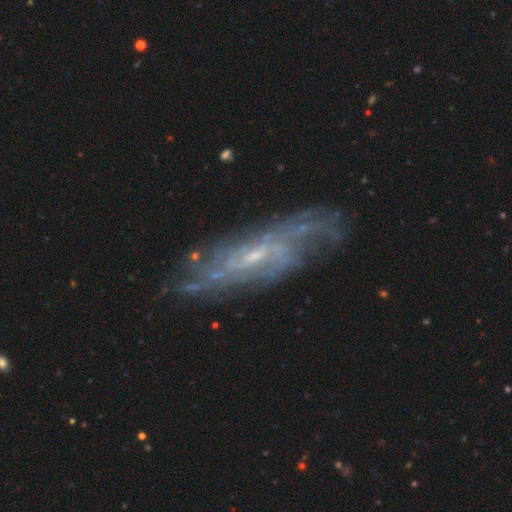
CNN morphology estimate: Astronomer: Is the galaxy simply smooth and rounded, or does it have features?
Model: featured or disk — 83%.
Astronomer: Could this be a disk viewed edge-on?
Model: no — 82%.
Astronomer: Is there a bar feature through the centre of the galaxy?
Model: weak — 47% (runner-up: no, 41%).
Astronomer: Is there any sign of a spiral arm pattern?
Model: yes — 91%.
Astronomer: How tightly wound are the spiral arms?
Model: tight — 41% (runner-up: medium, 38%).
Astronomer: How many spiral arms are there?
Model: can't tell — 51%.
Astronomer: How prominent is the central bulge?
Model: small — 70%.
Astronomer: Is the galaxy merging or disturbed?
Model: none — 74%.